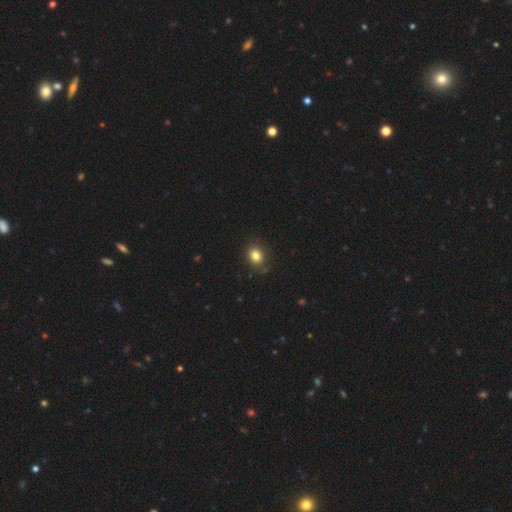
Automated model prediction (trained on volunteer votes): Smooth or featured?
  - smooth: 83% *
  - star or artifact: 11%
  - featured or disk: 6%
How rounded?
  - round: 58% *
  - in between: 41%
  - cigar-shaped: 1%
Merging?
  - none: 84% *
  - minor disturbance: 12%
  - major disturbance: 3%
  - merger: 1%